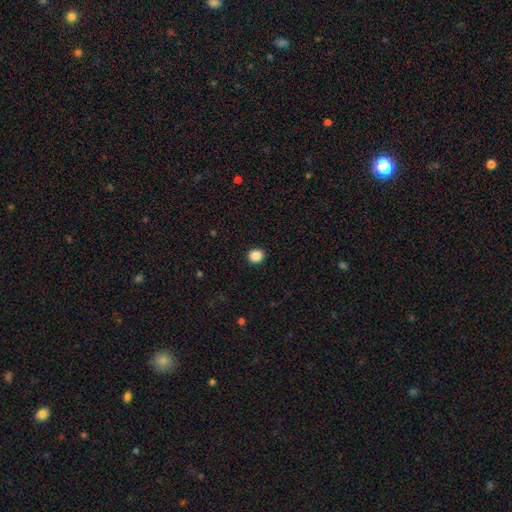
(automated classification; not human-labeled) The model was most divided on "how rounded": round: 87%, in between: 12%, cigar-shaped: 1%. More confident: merging — none (93%); smooth or featured — smooth (88%).